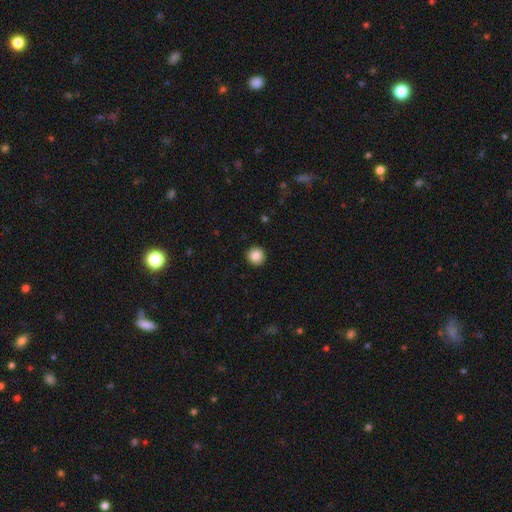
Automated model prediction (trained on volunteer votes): A smooth galaxy with no disk features (86%) that is round (94%). Merging: none (93%).